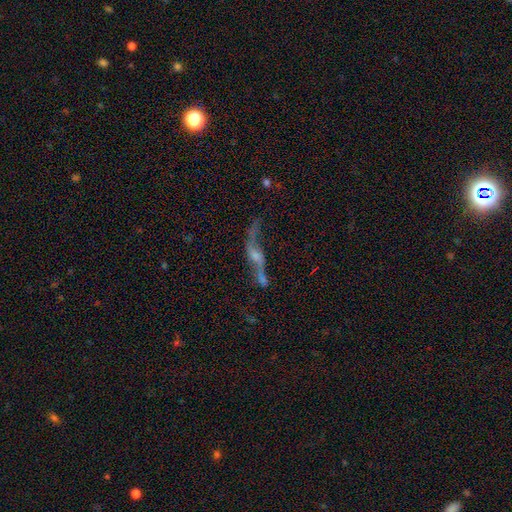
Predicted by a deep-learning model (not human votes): Smooth or featured? featured or disk (73%)
Edge-on disk? no (66%)
Merging? none (42%)